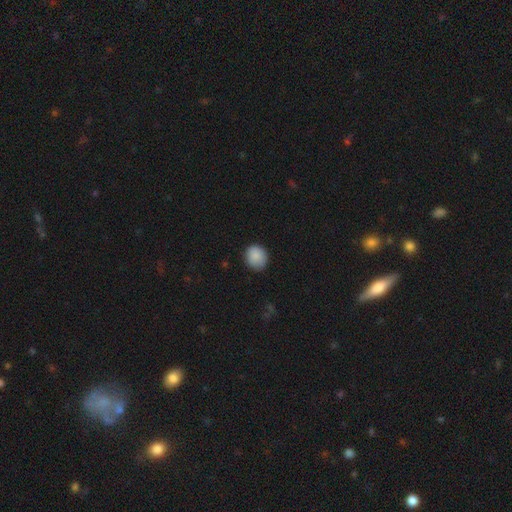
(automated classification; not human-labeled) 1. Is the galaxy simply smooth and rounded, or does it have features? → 88% smooth, 8% star or artifact, 5% featured or disk.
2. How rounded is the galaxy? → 83% round, 16% in between, 1% cigar-shaped.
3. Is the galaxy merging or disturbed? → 84% none, 12% minor disturbance, 2% major disturbance, 1% merger.